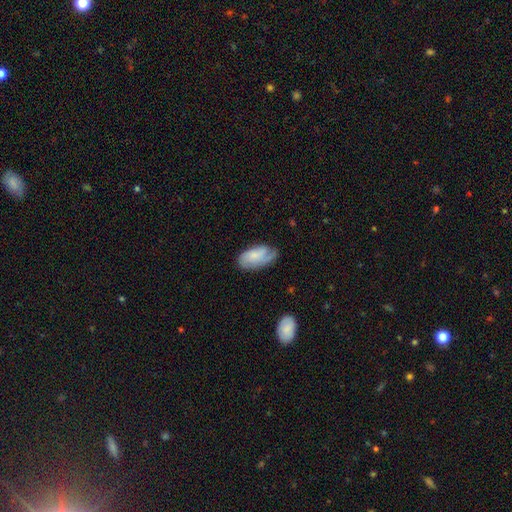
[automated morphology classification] smooth_or_featured: smooth (p=0.55) [alt: featured or disk p=0.38]
how_rounded: in between (p=0.93) [alt: cigar-shaped p=0.04]
merging: none (p=0.54) [alt: minor disturbance p=0.31]